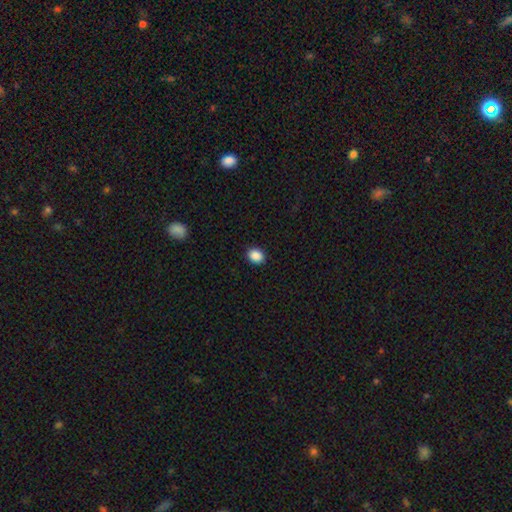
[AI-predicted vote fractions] Morphology: type=smooth (89%); roundness=in between (50%); merging=none (91%).